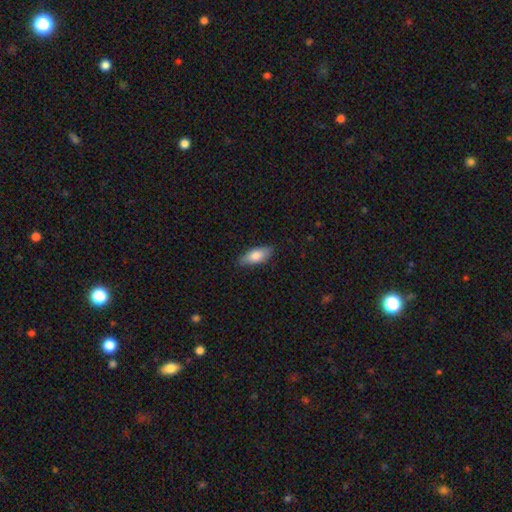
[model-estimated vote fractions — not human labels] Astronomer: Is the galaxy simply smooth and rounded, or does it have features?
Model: smooth — 80%.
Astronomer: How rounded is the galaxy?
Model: in between — 80%.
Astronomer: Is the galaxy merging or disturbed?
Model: none — 83%.